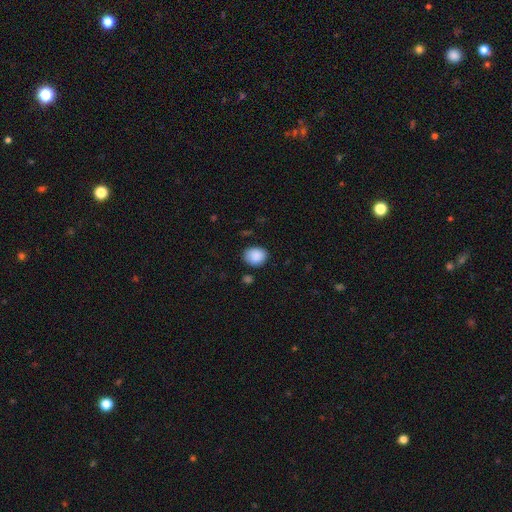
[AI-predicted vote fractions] A smooth galaxy with no disk features (89%) that is round (57%). Merging: none (79%).